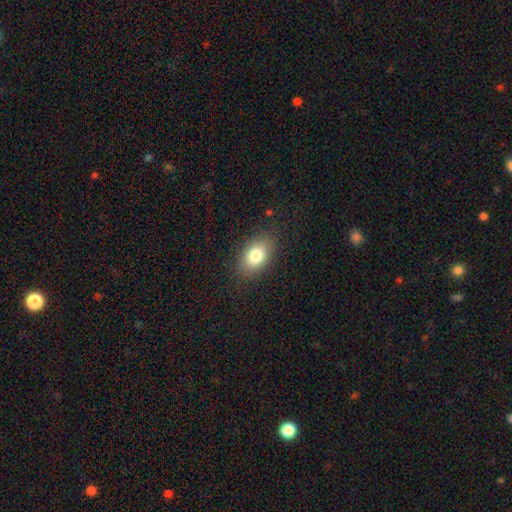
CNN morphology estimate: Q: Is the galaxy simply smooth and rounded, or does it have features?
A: smooth — 80%.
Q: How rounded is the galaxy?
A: in between — 87%.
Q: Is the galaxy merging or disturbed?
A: none — 84%.